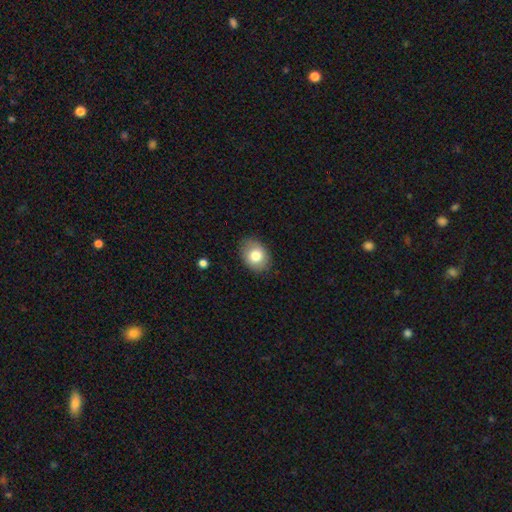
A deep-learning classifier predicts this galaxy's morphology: smooth 79%, featured or disk 13%, star or artifact 8%. Down the decision tree: how rounded — in between (65%); merging — none (84%).